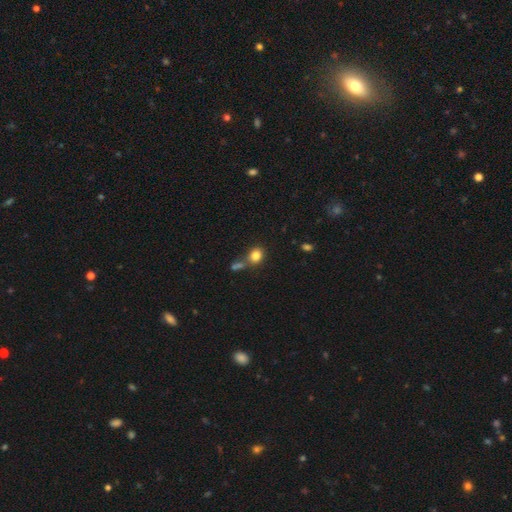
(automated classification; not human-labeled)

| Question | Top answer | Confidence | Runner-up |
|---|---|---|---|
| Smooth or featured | smooth | 82% | star or artifact (11%) |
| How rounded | round | 67% | in between (31%) |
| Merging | none | 63% | merger (20%) |